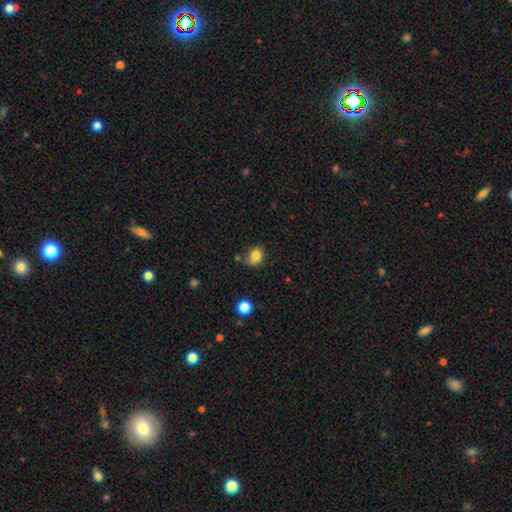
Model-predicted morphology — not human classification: A smooth galaxy with no disk features (79%) that is in between round and cigar-shaped (58%). Merging: none (54%).